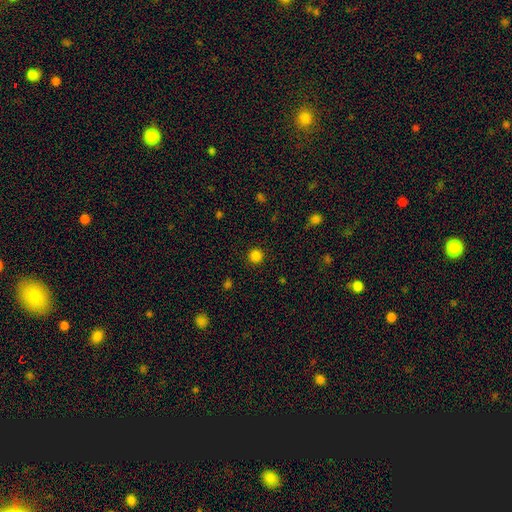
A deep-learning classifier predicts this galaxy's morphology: smooth-or-featured: smooth: 84% | star or artifact: 13% | featured or disk: 3%
  how-rounded: round: 96% | in between: 4% | cigar-shaped: 1%
  merging: none: 92% | minor disturbance: 5% | major disturbance: 2% | merger: 1%